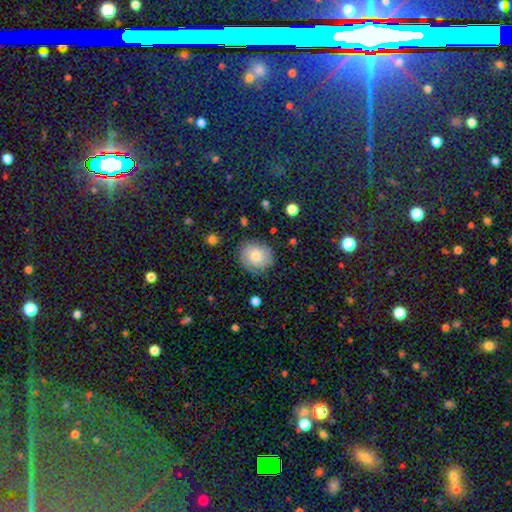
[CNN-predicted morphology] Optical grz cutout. It shows a smooth galaxy with no disk features (54%) that is round (81%). Merging: none (81%).